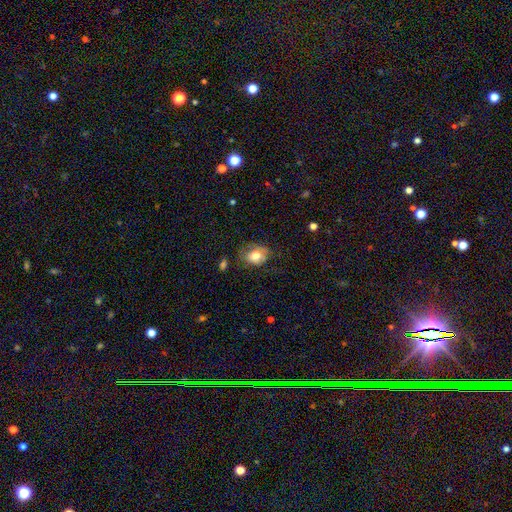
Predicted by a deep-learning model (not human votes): The model was most divided on "how rounded": in between: 59%, round: 40%, cigar-shaped: 1%. More confident: smooth or featured — smooth (73%); merging — none (58%).